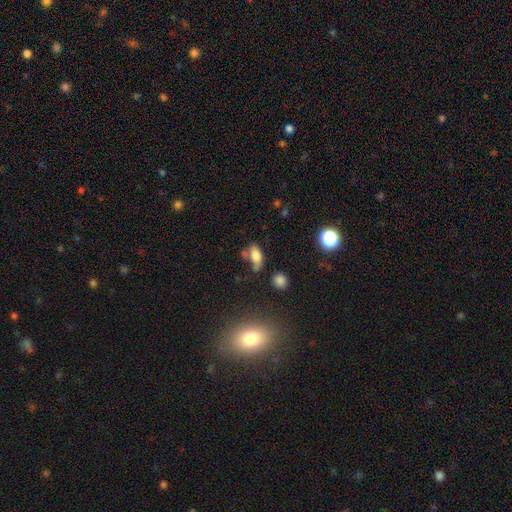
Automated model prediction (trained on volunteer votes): A smooth galaxy with no disk features (69%) that is in between round and cigar-shaped (82%). Merging: none (40%).